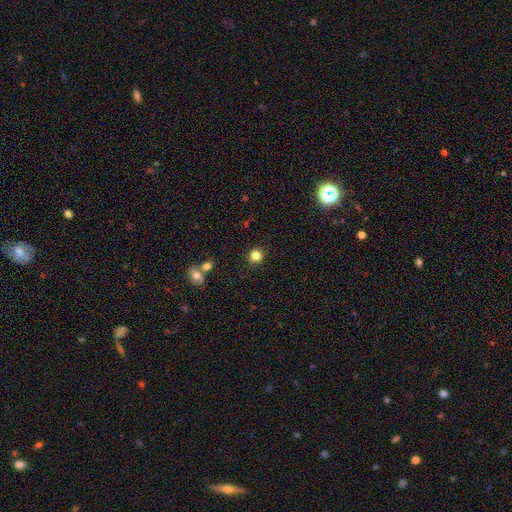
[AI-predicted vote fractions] Morphology: type=smooth (83%); roundness=round (90%); merging=none (89%).